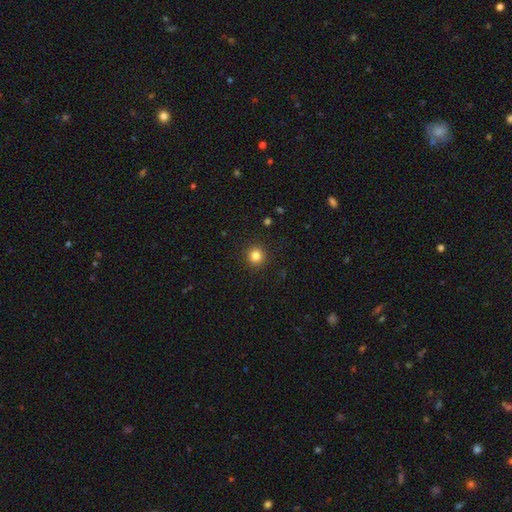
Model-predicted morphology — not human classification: Q: Smooth or featured?
A: smooth (83%); runner-up: star or artifact (12%)
Q: How rounded?
A: round (94%); runner-up: in between (5%)
Q: Merging?
A: none (92%); runner-up: minor disturbance (5%)